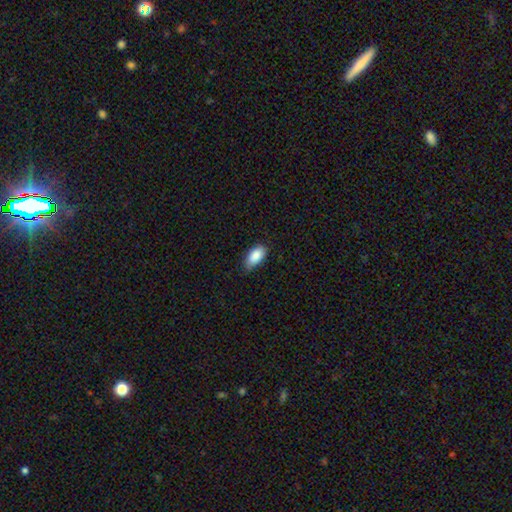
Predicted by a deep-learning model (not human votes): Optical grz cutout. It shows a smooth galaxy with no disk features (88%) that is in between round and cigar-shaped (93%). Merging: none (69%).